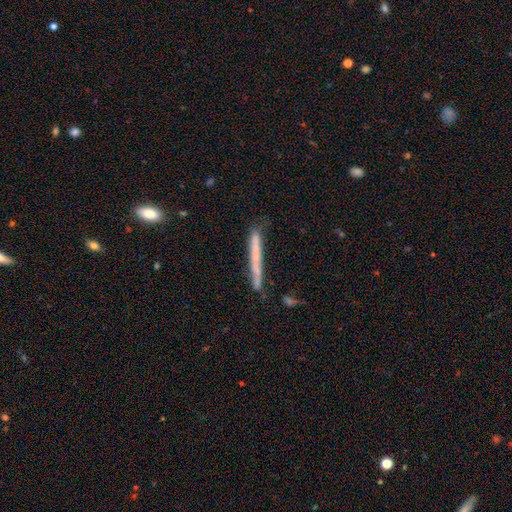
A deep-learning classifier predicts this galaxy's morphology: Q: Smooth or featured?
A: smooth (49%); runner-up: featured or disk (44%)
Q: Merging?
A: none (77%); runner-up: minor disturbance (17%)